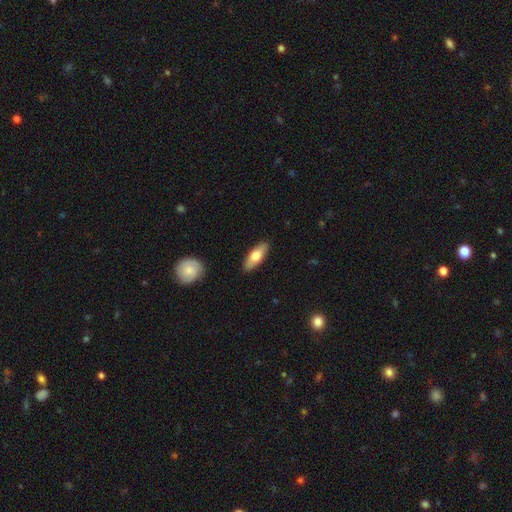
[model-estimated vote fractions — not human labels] A smooth galaxy with no disk features (68%) that is in between round and cigar-shaped (68%).

Vote fractions:
- Smooth or featured? smooth: 68% / featured or disk: 27% / star or artifact: 5%
- How rounded? in between: 68% / cigar-shaped: 29% / round: 2%
- Merging? none: 88% / minor disturbance: 9% / major disturbance: 2% / merger: 1%